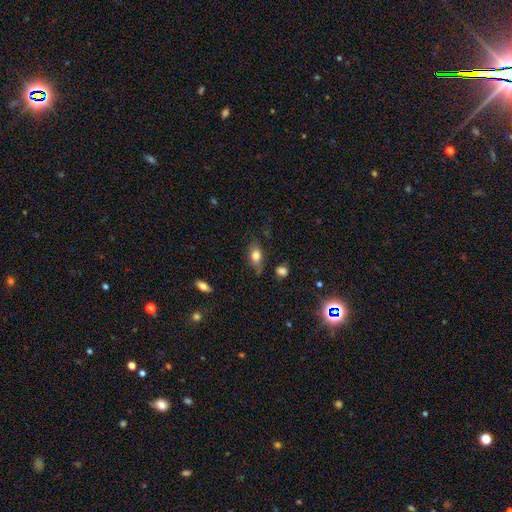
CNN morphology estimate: The model was most divided on "merging": none: 62%, minor disturbance: 28%, major disturbance: 7%, merger: 3%. More confident: how rounded — in between (84%); smooth or featured — smooth (76%).